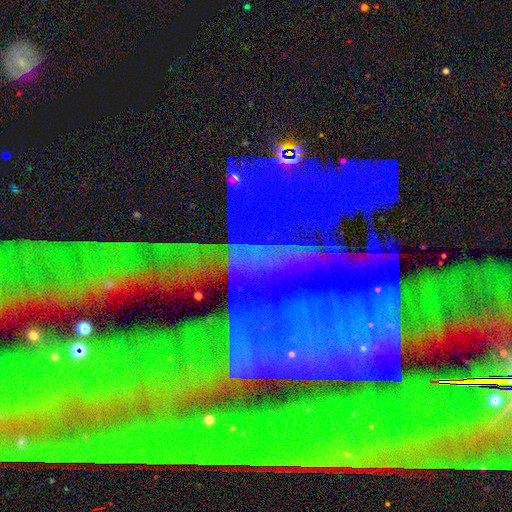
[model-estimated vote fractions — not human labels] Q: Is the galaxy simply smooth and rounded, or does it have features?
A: star or artifact — 79%.